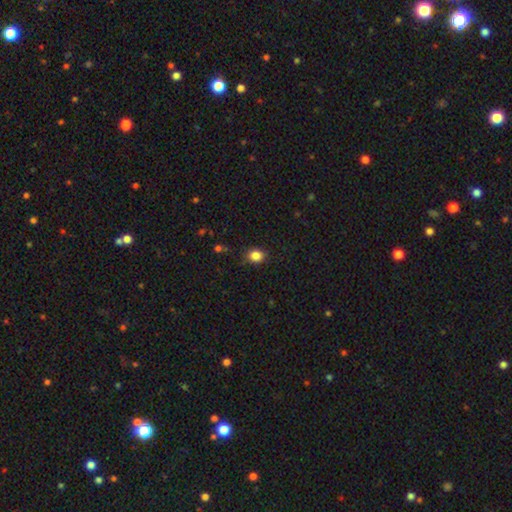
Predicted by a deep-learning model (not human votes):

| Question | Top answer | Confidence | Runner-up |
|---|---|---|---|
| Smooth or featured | smooth | 84% | star or artifact (11%) |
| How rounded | round | 64% | in between (35%) |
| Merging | none | 86% | minor disturbance (10%) |